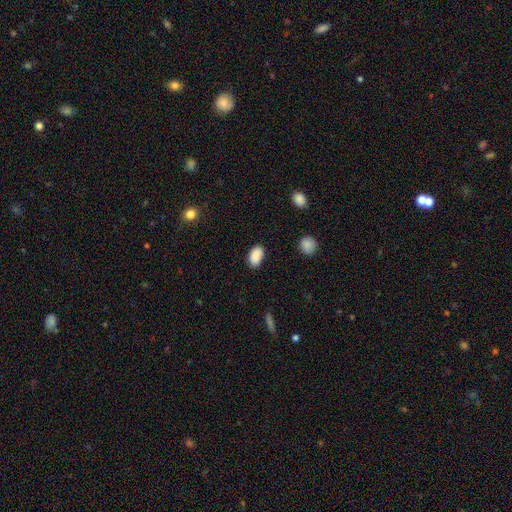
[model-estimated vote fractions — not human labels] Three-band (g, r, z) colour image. It shows a smooth galaxy with no disk features (89%) that is in between round and cigar-shaped (92%). Merging: none (82%).